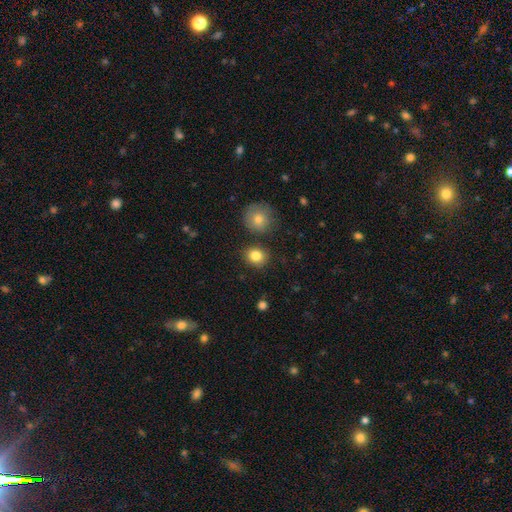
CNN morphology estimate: Smooth or featured: smooth — 83% (star or artifact — 10%)
How rounded: round — 73% (in between — 26%)
Merging: none — 82% (minor disturbance — 9%)